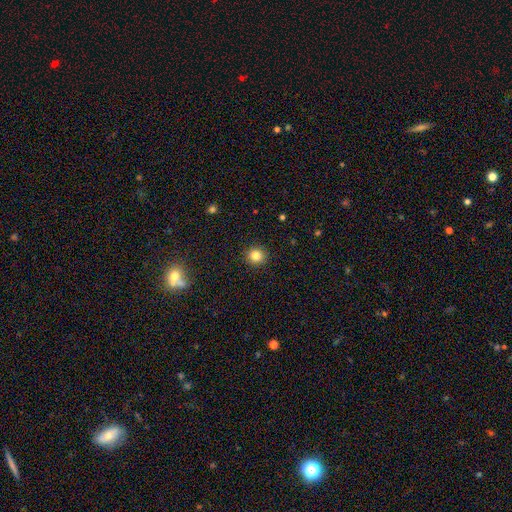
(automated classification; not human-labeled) Smooth or featured? Predicted: smooth (p=0.82). How rounded? Predicted: round (p=0.92). Merging? Predicted: none (p=0.92).